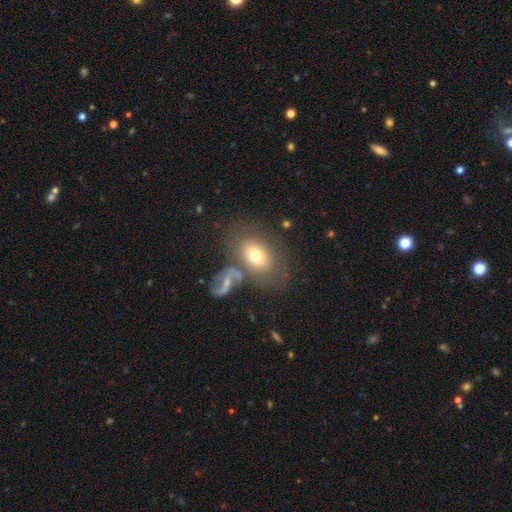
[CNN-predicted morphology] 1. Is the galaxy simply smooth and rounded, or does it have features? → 68% smooth, 22% featured or disk, 10% star or artifact.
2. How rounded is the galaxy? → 74% in between, 24% round, 1% cigar-shaped.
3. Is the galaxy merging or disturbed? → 59% none, 16% merger, 15% minor disturbance, 9% major disturbance.